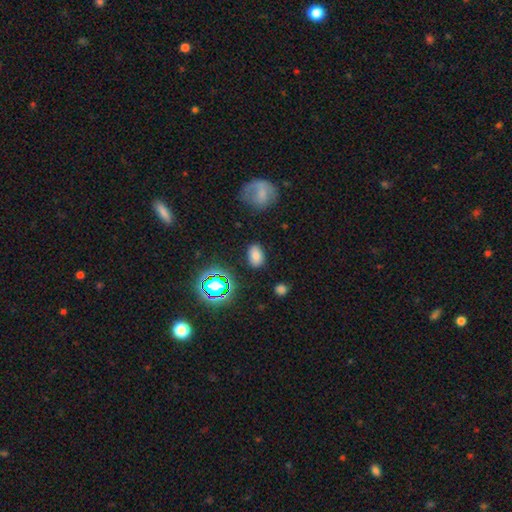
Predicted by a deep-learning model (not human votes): Smooth or featured? Predicted: smooth (p=0.75). How rounded? Predicted: in between (p=0.85). Merging? Predicted: none (p=0.84).